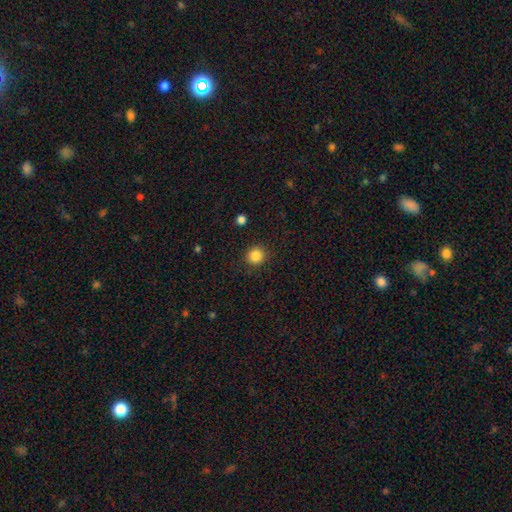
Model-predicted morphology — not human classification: Q: Smooth or featured?
A: smooth (85%); runner-up: star or artifact (11%)
Q: How rounded?
A: round (90%); runner-up: in between (9%)
Q: Merging?
A: none (91%); runner-up: minor disturbance (6%)